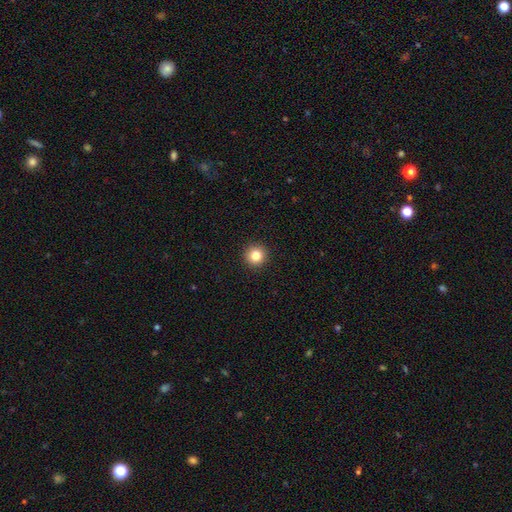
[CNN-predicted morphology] type=smooth (83%); roundness=round (95%); merging=none (94%).